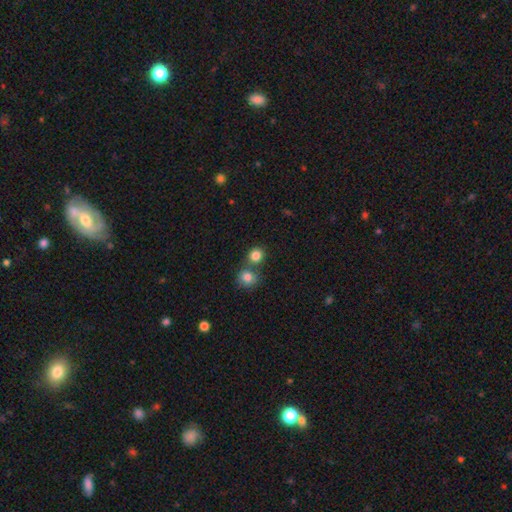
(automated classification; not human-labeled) smooth-or-featured: smooth: 83% | star or artifact: 11% | featured or disk: 6%
  how-rounded: round: 82% | in between: 17% | cigar-shaped: 1%
  merging: none: 57% | merger: 33% | minor disturbance: 7% | major disturbance: 3%